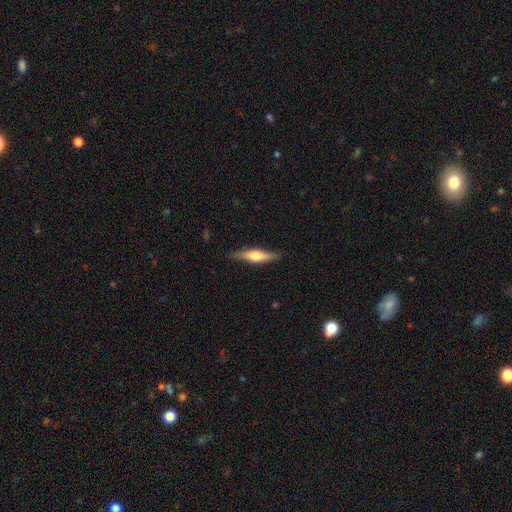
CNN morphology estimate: A featured or disk galaxy (58%) viewed edge-on (96%) with a rounded central bulge (86%). Merging: none (87%).